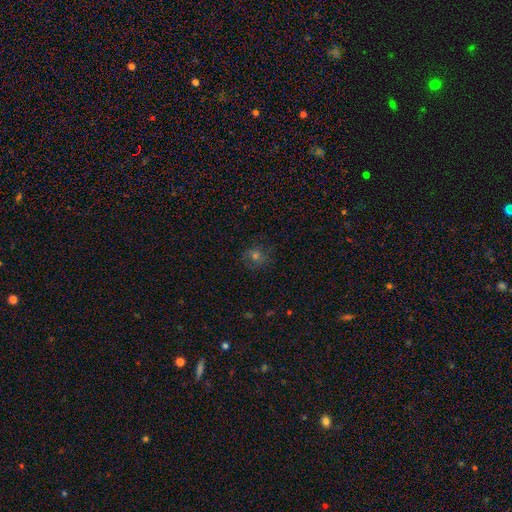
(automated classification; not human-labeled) Overall: smooth (57%; star or artifact 25%). How rounded: round (82%). Merging: none (80%).